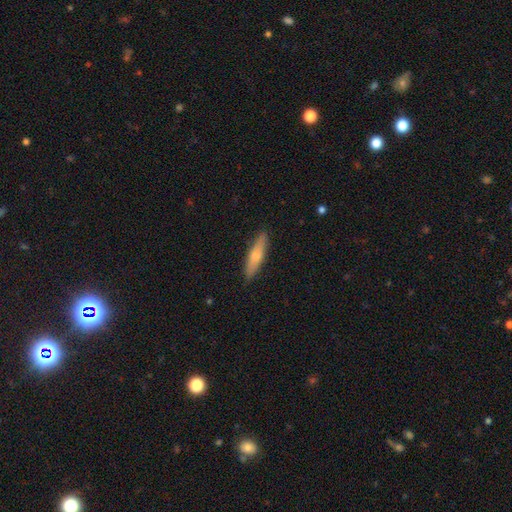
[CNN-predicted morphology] Smooth or featured? smooth (70%)
How rounded? cigar-shaped (80%)
Merging? none (88%)